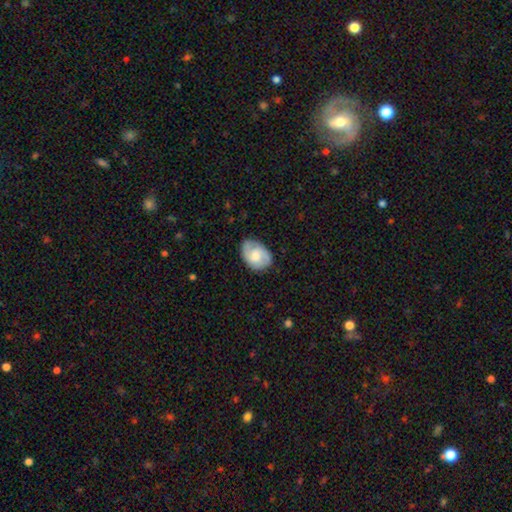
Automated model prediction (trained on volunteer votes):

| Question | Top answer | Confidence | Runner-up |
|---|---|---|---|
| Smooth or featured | featured or disk | 67% | smooth (27%) |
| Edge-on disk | no | 97% | yes (3%) |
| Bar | no | 54% | weak (40%) |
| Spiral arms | yes | 92% | no (8%) |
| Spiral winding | medium | 47% | tight (39%) |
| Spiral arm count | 2 | 78% | can't tell (10%) |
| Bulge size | moderate | 51% | small (29%) |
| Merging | none | 78% | minor disturbance (17%) |